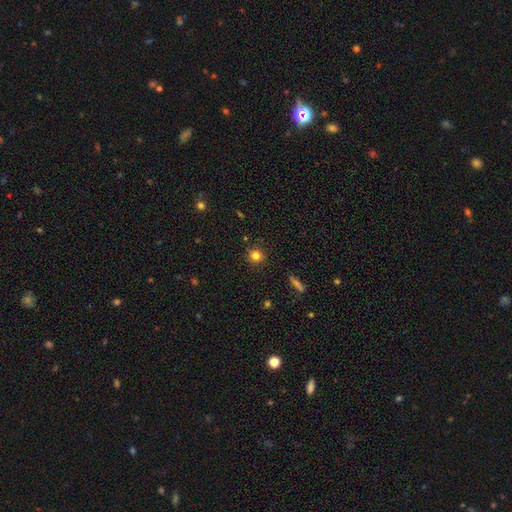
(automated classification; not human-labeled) smooth-or-featured: smooth: 80% | star or artifact: 14% | featured or disk: 7%
  how-rounded: round: 92% | in between: 7% | cigar-shaped: 1%
  merging: none: 89% | minor disturbance: 8% | major disturbance: 2% | merger: 2%